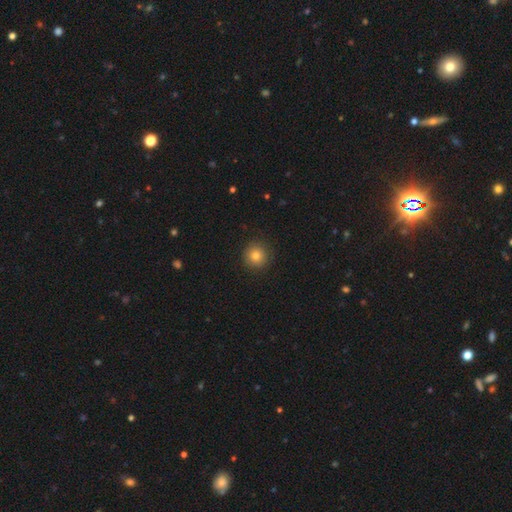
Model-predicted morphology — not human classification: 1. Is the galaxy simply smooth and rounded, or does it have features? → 80% smooth, 12% star or artifact, 8% featured or disk.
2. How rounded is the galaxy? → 94% round, 5% in between, 1% cigar-shaped.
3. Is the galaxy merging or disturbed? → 90% none, 7% minor disturbance, 2% major disturbance, 1% merger.